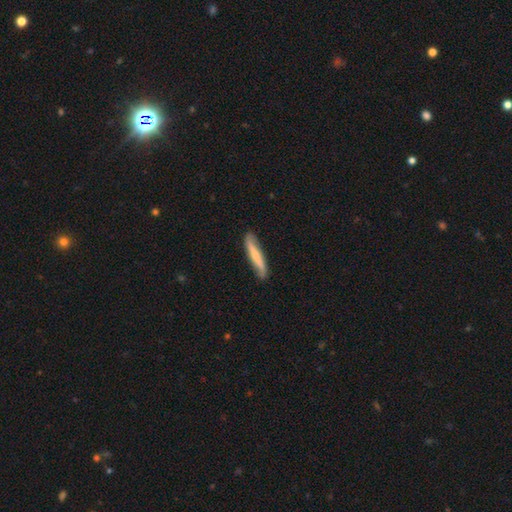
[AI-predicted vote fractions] Overall: smooth (49%; featured or disk 46%). Merging: none (81%).